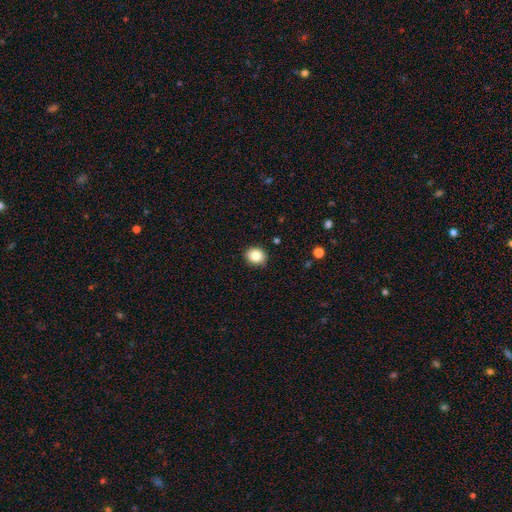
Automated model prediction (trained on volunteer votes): A smooth galaxy with no disk features (84%) that is round (69%).

Vote fractions:
- Smooth or featured? smooth: 84% / star or artifact: 10% / featured or disk: 7%
- How rounded? round: 69% / in between: 30% / cigar-shaped: 1%
- Merging? none: 89% / minor disturbance: 8% / major disturbance: 2% / merger: 1%